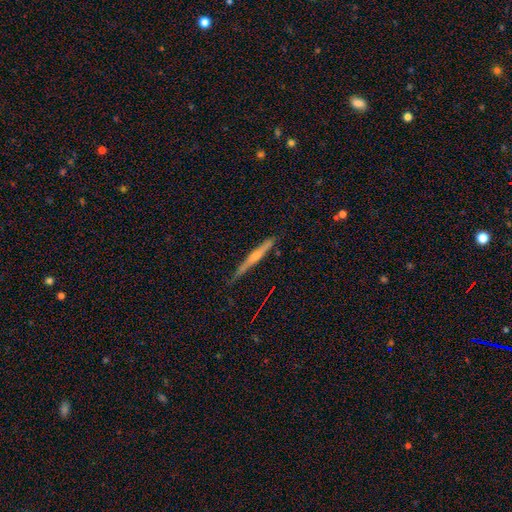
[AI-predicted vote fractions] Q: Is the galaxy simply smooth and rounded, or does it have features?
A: featured or disk — 56%.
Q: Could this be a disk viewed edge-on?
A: yes — 97%.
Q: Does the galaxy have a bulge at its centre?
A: rounded — 47%.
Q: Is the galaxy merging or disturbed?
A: none — 83%.